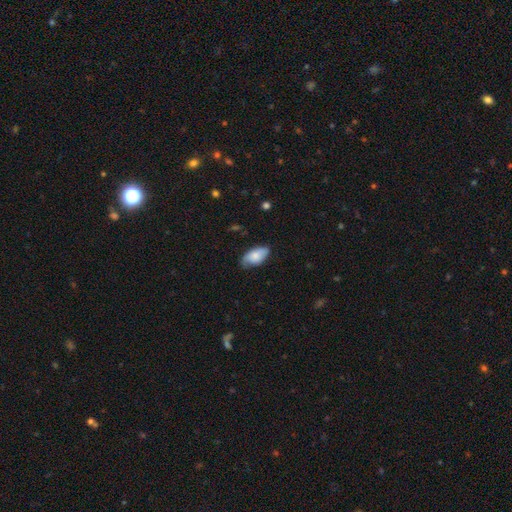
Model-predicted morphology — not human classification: A smooth galaxy with no disk features (76%) that is in between round and cigar-shaped (94%). Merging: none (66%).